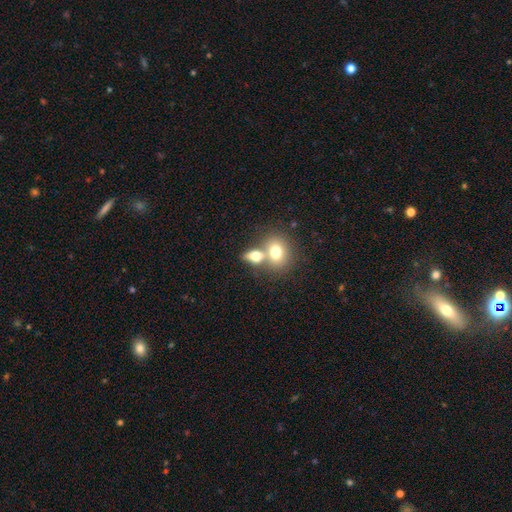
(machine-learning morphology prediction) smooth_or_featured: smooth (p=0.74) [alt: featured or disk p=0.18]
how_rounded: in between (p=0.65) [alt: round p=0.32]
merging: merger (p=0.57) [alt: none p=0.32]